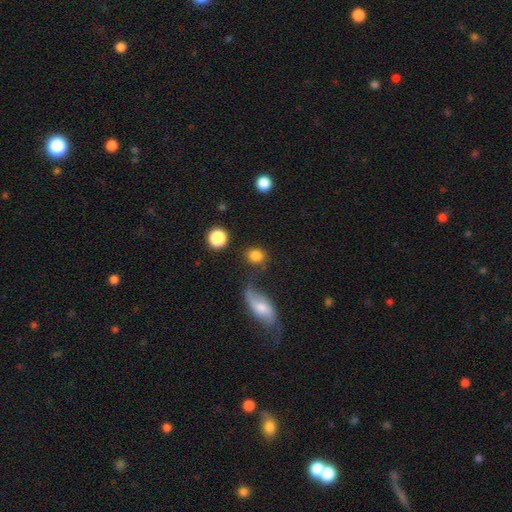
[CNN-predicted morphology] smooth-or-featured: smooth: 81% | star or artifact: 9% | featured or disk: 9%
  how-rounded: round: 78% | in between: 20% | cigar-shaped: 2%
  merging: none: 69% | minor disturbance: 14% | merger: 10% | major disturbance: 7%